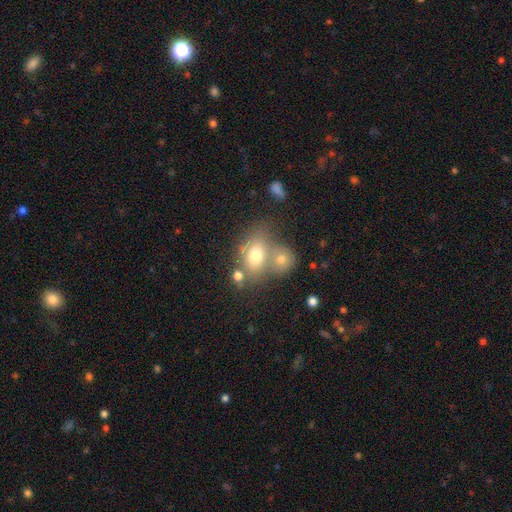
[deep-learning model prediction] Smooth or featured? Predicted: smooth (p=0.69). How rounded? Predicted: in between (p=0.69). Merging? Predicted: merger (p=0.47).